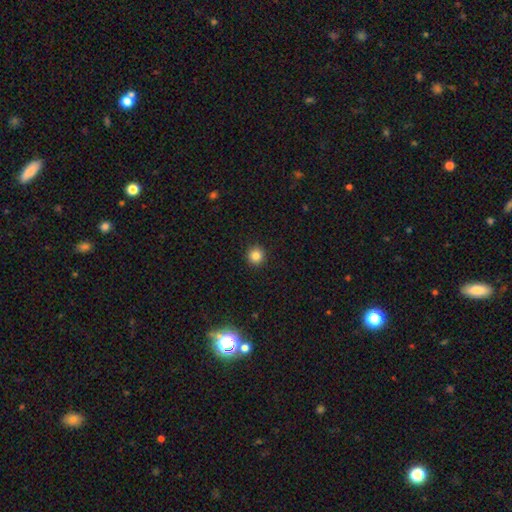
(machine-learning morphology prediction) A smooth galaxy with no disk features (84%) that is round (95%).

Vote fractions:
- Smooth or featured? smooth: 84% / star or artifact: 11% / featured or disk: 5%
- How rounded? round: 95% / in between: 5% / cigar-shaped: 1%
- Merging? none: 93% / minor disturbance: 4% / major disturbance: 2% / merger: 1%